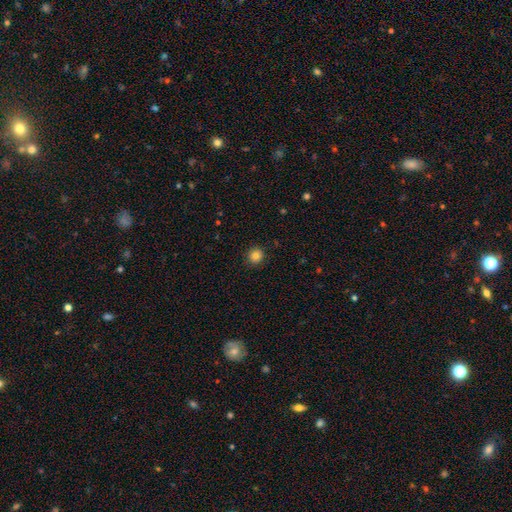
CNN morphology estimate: Smooth or featured?
  - smooth: 84% *
  - star or artifact: 12%
  - featured or disk: 5%
How rounded?
  - round: 91% *
  - in between: 8%
  - cigar-shaped: 1%
Merging?
  - none: 90% *
  - minor disturbance: 7%
  - major disturbance: 2%
  - merger: 1%